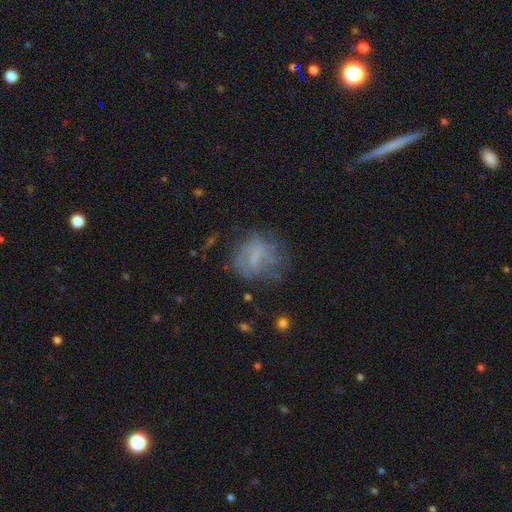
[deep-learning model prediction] This appears to be a featured or disk galaxy (52%) with no bar (47%), spiral arms (53%) and no central bulge (52%). Merging: none (55%).